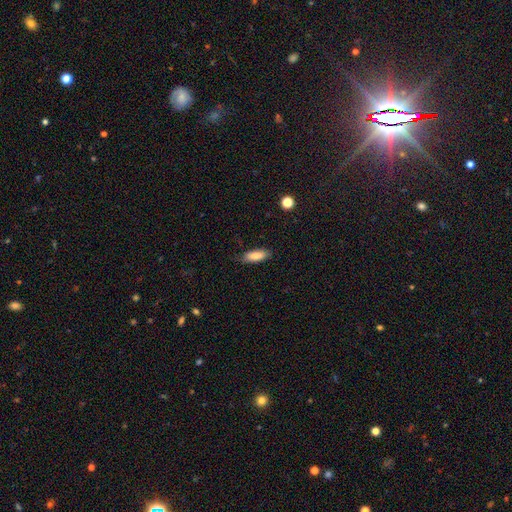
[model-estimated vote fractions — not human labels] Smooth or featured: smooth — 83% (featured or disk — 10%)
How rounded: in between — 66% (cigar-shaped — 32%)
Merging: none — 78% (minor disturbance — 17%)